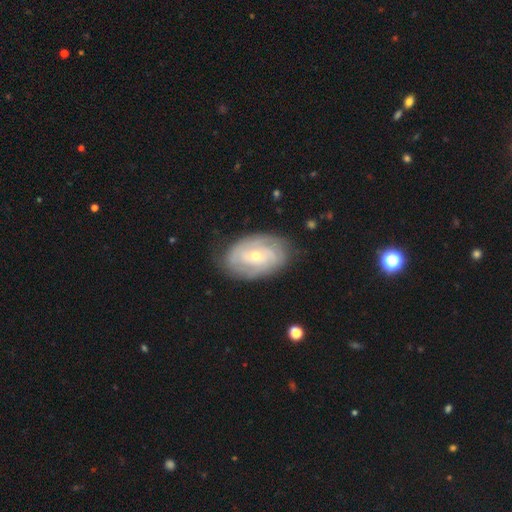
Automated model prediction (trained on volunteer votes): Smooth or featured? featured or disk (79%)
Edge-on disk? no (96%)
Bar? no (59%)
Spiral arms? yes (90%)
Spiral winding? tight (66%)
Spiral arm count? can't tell (35%, tied with 2)
Bulge size? small (57%)
Merging? none (78%)